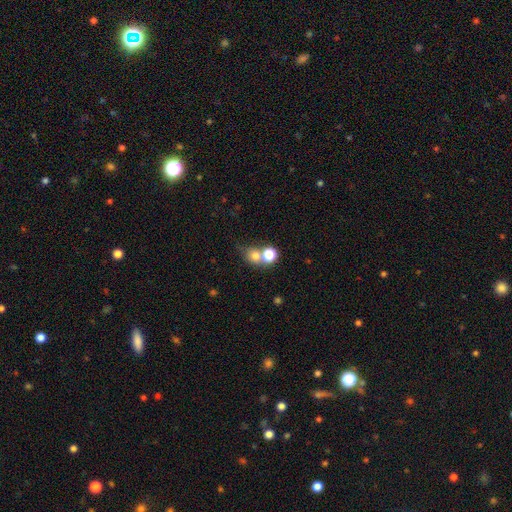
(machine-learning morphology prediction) Smooth or featured?
  - smooth: 73% *
  - star or artifact: 16%
  - featured or disk: 11%
How rounded?
  - round: 75% *
  - in between: 24%
  - cigar-shaped: 1%
Merging?
  - none: 43% *
  - merger: 41%
  - minor disturbance: 10%
  - major disturbance: 6%